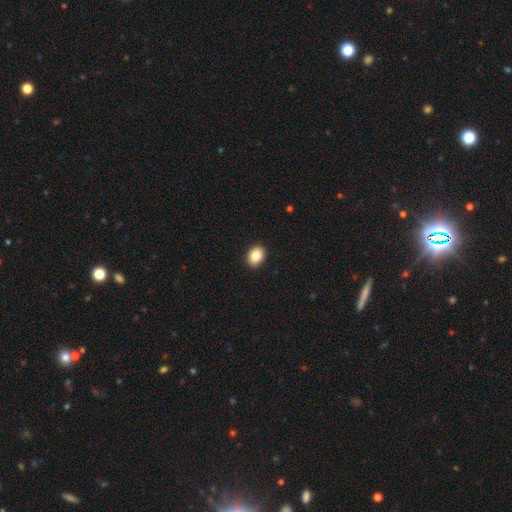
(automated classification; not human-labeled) Smooth or featured? Predicted: smooth (p=0.85). How rounded? Predicted: in between (p=0.64). Merging? Predicted: none (p=0.92).